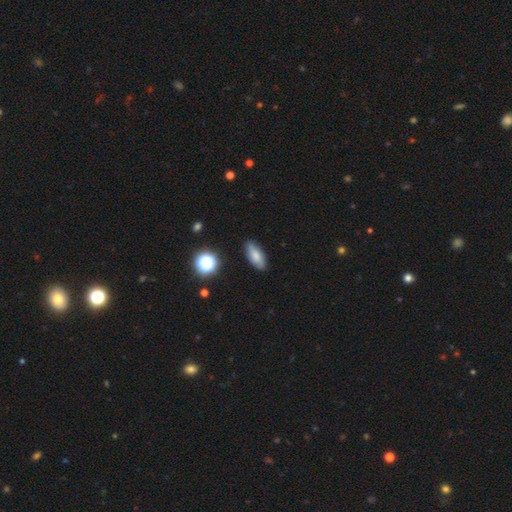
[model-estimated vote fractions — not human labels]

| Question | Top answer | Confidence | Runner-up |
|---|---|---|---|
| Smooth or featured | smooth | 77% | featured or disk (13%) |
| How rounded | in between | 78% | cigar-shaped (18%) |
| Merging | none | 83% | minor disturbance (13%) |